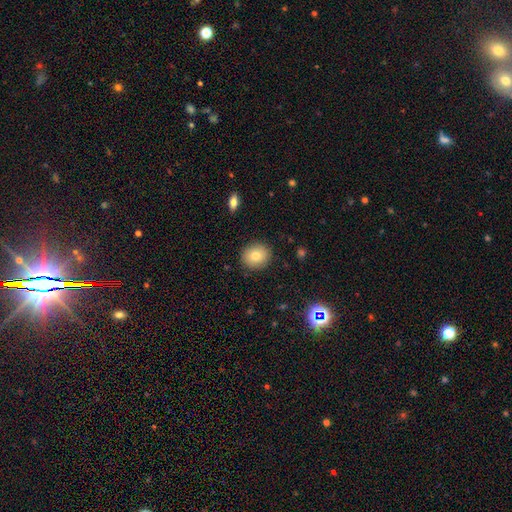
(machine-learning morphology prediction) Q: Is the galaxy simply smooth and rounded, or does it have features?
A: smooth — 78%.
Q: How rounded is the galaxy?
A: round — 83%.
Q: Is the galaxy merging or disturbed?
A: none — 90%.